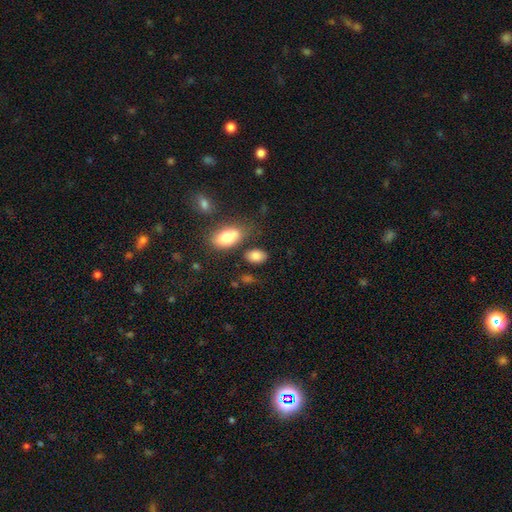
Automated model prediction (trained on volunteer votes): Overall: smooth (84%). How rounded: in between (87%). Merging: none (71%).